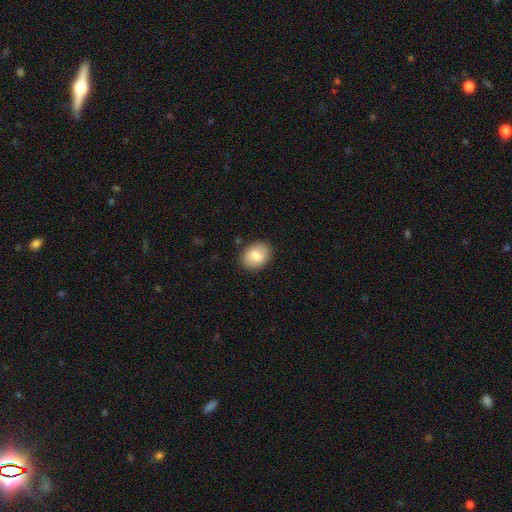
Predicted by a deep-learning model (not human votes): This is likely a smooth galaxy (78%). How rounded: possibly in between (57%). Merging: clearly none (84%).